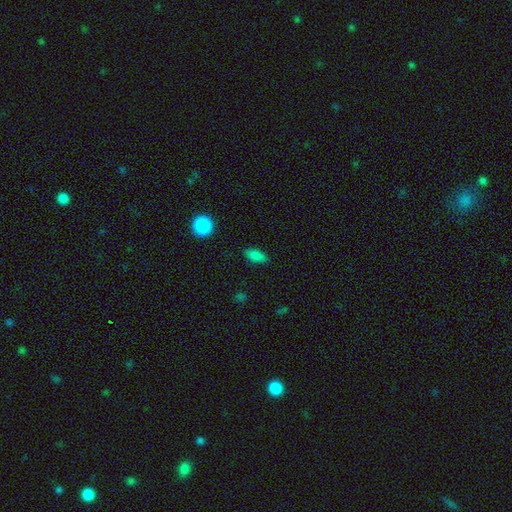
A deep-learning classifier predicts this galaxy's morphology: Smooth or featured? smooth (84%)
How rounded? in between (86%)
Merging? none (85%)